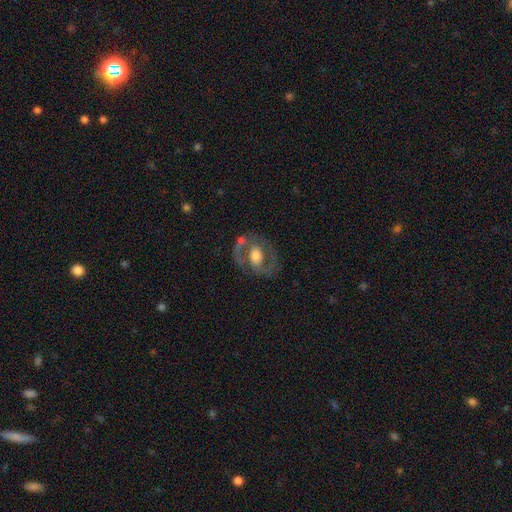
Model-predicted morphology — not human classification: smooth-or-featured: featured or disk: 63% | smooth: 31% | star or artifact: 7%
  disk-edge-on: no: 95% | yes: 5%
    bar: no: 61% | weak: 27% | strong: 12%
    has-spiral-arms: no: 53% | yes: 47%
    bulge-size: moderate: 44% | large: 41% | small: 8% | dominant: 4% | none: 3%
  merging: none: 65% | minor disturbance: 17% | major disturbance: 13% | merger: 5%